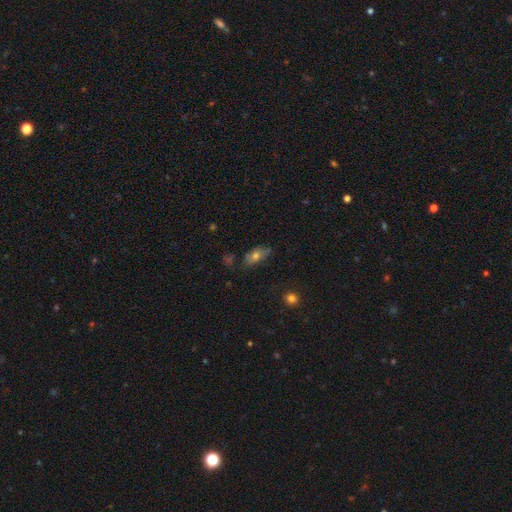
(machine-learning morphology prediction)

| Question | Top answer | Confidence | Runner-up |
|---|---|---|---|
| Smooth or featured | smooth | 62% | featured or disk (26%) |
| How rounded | in between | 81% | cigar-shaped (12%) |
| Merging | none | 69% | minor disturbance (21%) |